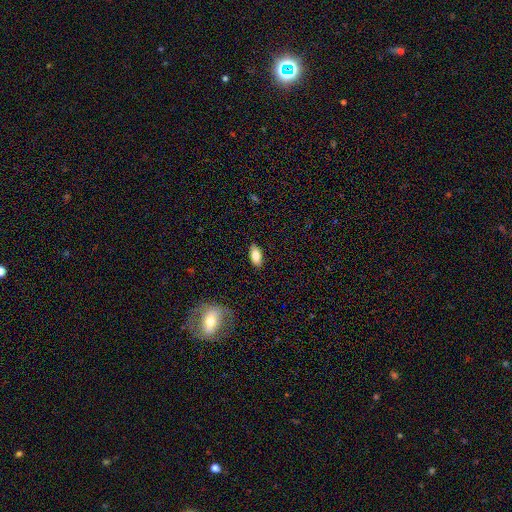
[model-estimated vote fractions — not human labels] Smooth or featured? Predicted: smooth (p=0.81). How rounded? Predicted: in between (p=0.88). Merging? Predicted: none (p=0.87).